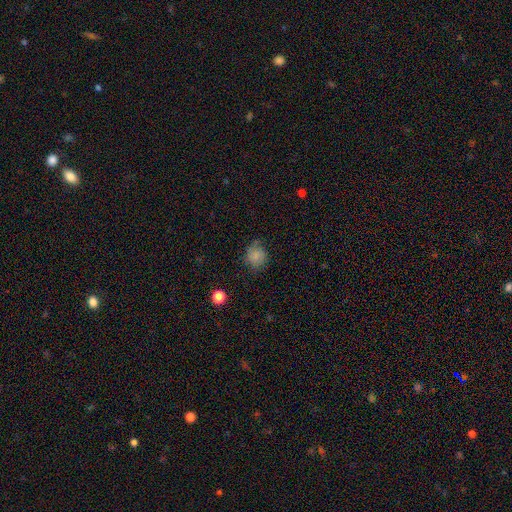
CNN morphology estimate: type=smooth (79%); roundness=round (77%); merging=none (68%).